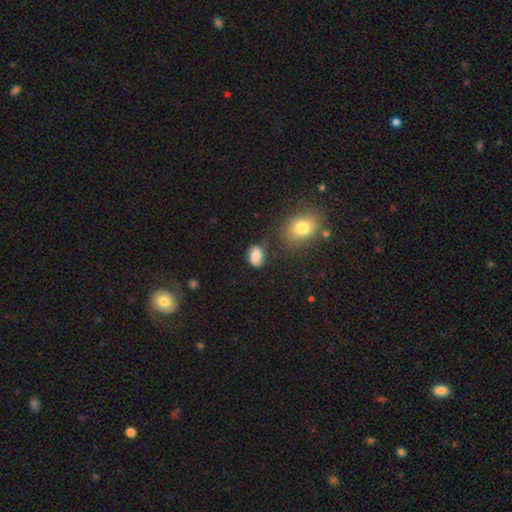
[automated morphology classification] Smooth or featured? Predicted: smooth (p=0.81). How rounded? Predicted: in between (p=0.82). Merging? Predicted: none (p=0.54).